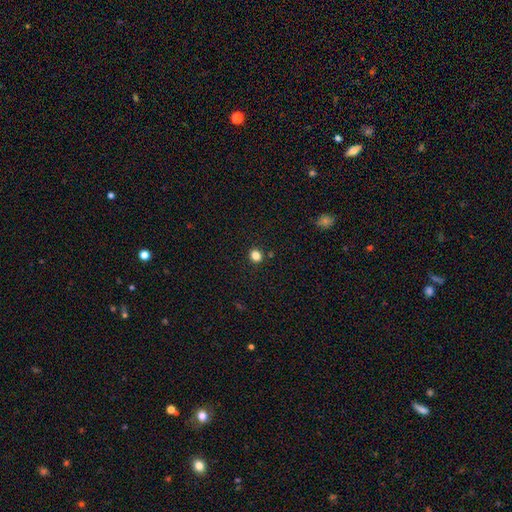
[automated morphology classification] Overall: smooth (83%). How rounded: round (81%). Merging: none (89%).